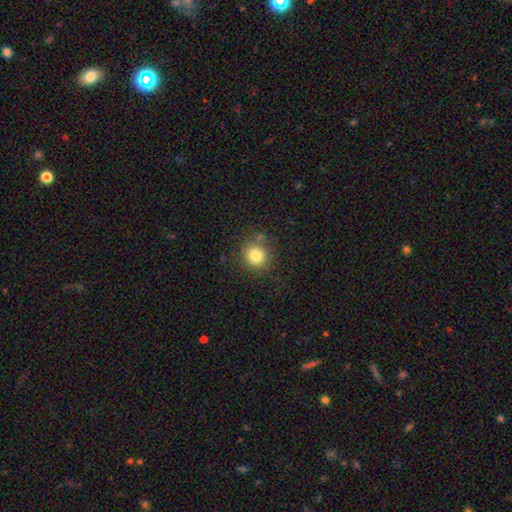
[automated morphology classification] Smooth or featured? smooth (80%)
How rounded? round (88%)
Merging? none (82%)